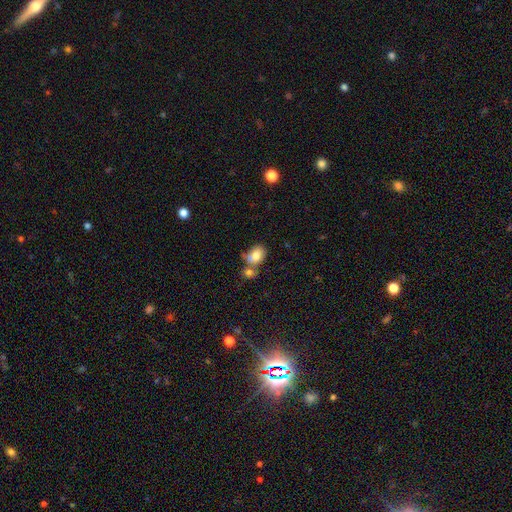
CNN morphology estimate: Smooth or featured: smooth — 79% (featured or disk — 12%)
How rounded: in between — 68% (round — 31%)
Merging: none — 40% (merger — 39%)